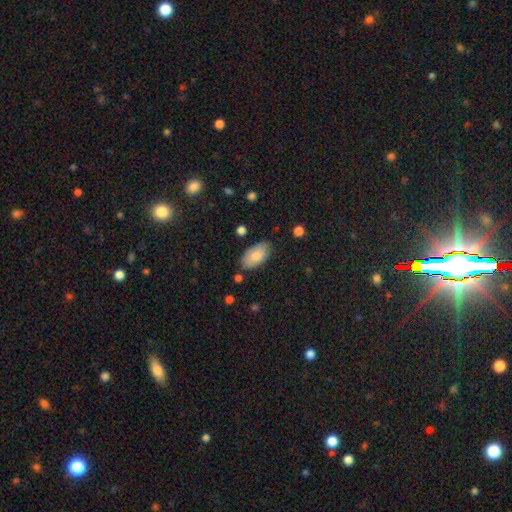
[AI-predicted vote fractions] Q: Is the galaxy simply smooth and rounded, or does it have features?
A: smooth — 80%.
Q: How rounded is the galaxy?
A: in between — 94%.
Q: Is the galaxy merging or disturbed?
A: none — 77%.